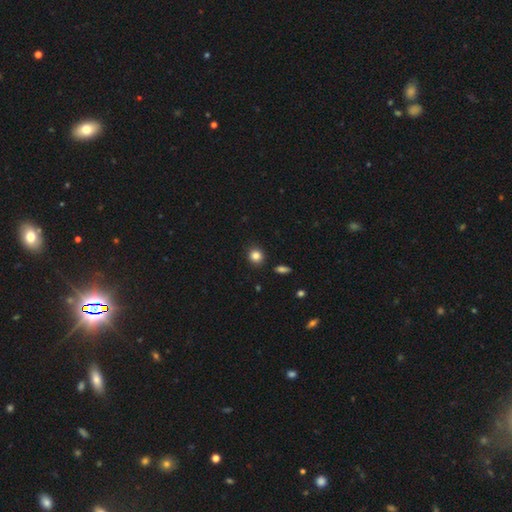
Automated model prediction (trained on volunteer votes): The model was most divided on "how rounded": round: 84%, in between: 15%, cigar-shaped: 1%. More confident: merging — none (89%); smooth or featured — smooth (84%).